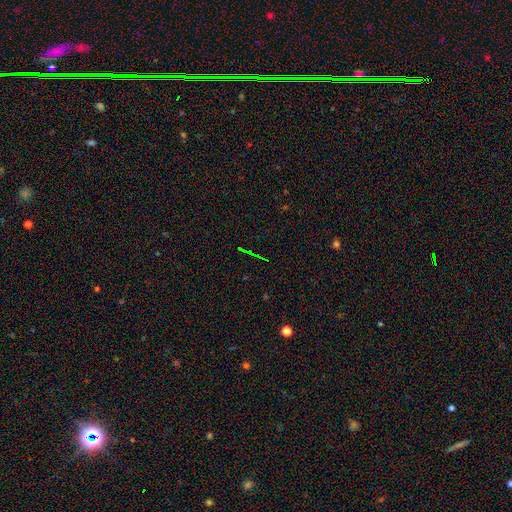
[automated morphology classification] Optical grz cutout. It shows a star or artifact, not a galaxy (74%).